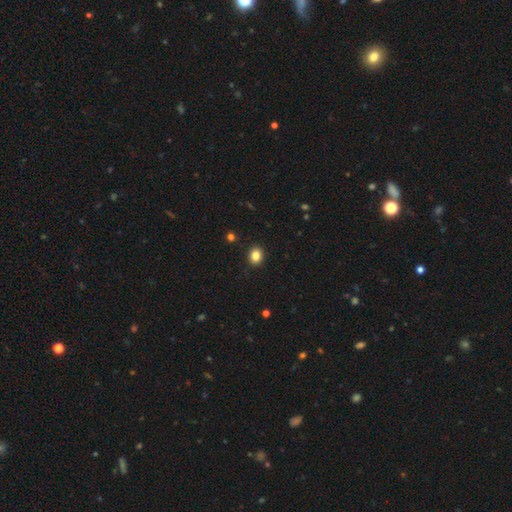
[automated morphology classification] Smooth or featured? Predicted: smooth (p=0.85). How rounded? Predicted: round (p=0.59). Merging? Predicted: none (p=0.91).